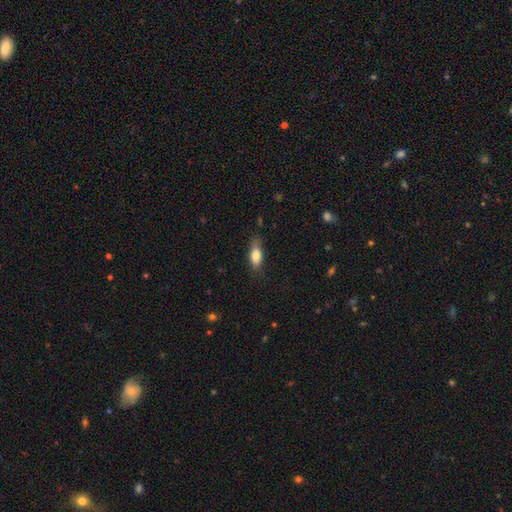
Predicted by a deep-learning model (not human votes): Smooth or featured?
  - smooth: 79% *
  - featured or disk: 14%
  - star or artifact: 7%
How rounded?
  - in between: 78% *
  - cigar-shaped: 18%
  - round: 3%
Merging?
  - none: 70% *
  - minor disturbance: 23%
  - major disturbance: 6%
  - merger: 1%